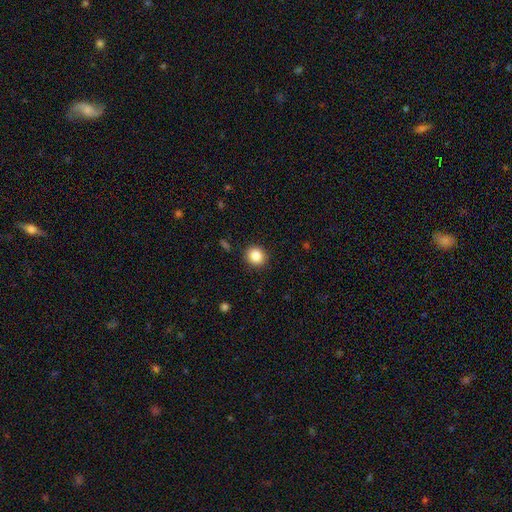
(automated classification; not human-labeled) Smooth or featured: smooth — 86% (star or artifact — 10%)
How rounded: round — 83% (in between — 16%)
Merging: none — 90% (minor disturbance — 7%)